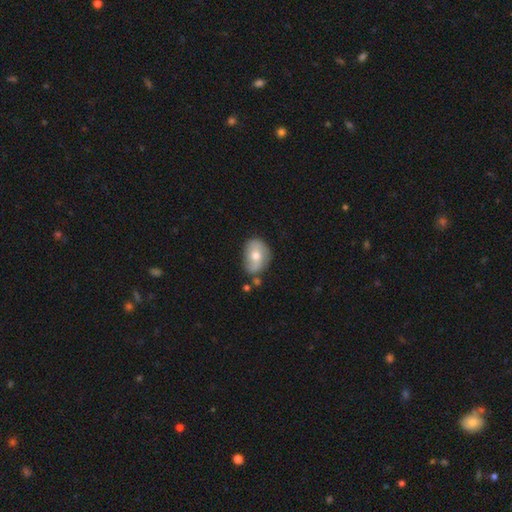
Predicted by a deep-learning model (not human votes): smooth-or-featured: smooth: 50% | featured or disk: 43% | star or artifact: 8%
  merging: none: 60% | minor disturbance: 26% | merger: 7% | major disturbance: 7%